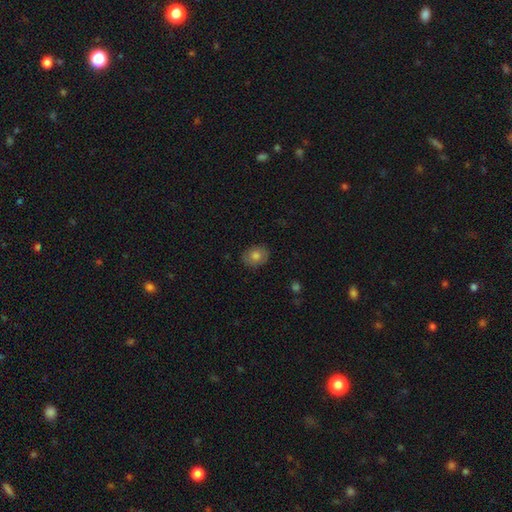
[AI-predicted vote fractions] Smooth or featured? smooth (75%)
How rounded? in between (52%)
Merging? none (85%)